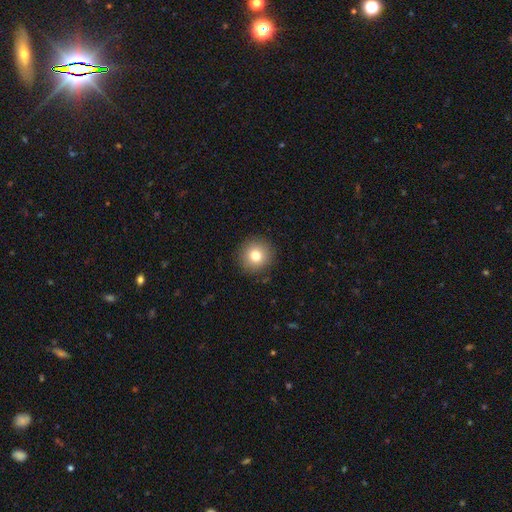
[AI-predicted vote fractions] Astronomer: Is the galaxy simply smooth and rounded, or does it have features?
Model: smooth — 79%.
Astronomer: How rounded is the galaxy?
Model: round — 94%.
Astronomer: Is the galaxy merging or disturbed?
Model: none — 91%.